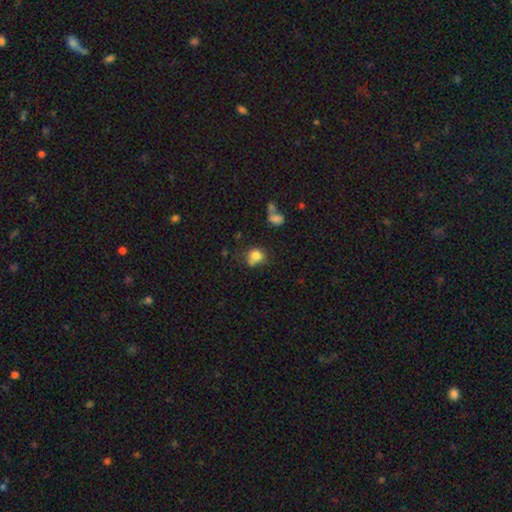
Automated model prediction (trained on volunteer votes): This appears to be a smooth galaxy with no disk features (79%) that is round (70%). Merging: none (51%).